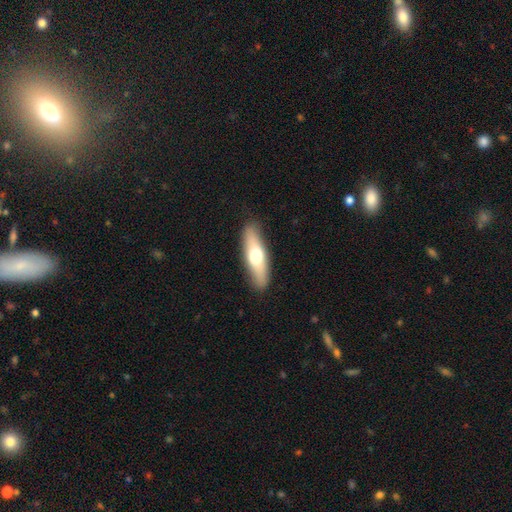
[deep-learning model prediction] A smooth galaxy with no disk features (57%) that is cigar-shaped (58%). Merging: none (87%).